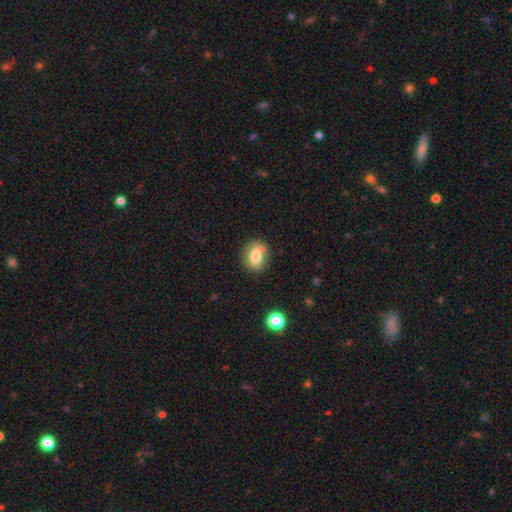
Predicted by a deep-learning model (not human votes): Q: Smooth or featured?
A: smooth (76%); runner-up: featured or disk (14%)
Q: How rounded?
A: in between (57%); runner-up: round (41%)
Q: Merging?
A: none (68%); runner-up: minor disturbance (19%)